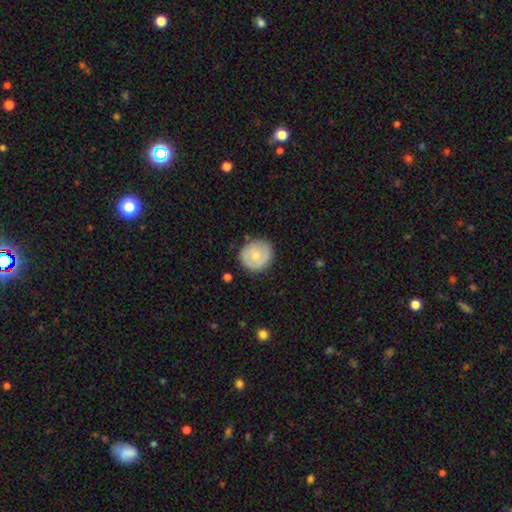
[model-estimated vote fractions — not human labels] smooth_or_featured: smooth (p=0.54) [alt: featured or disk p=0.40]
how_rounded: round (p=0.89) [alt: in between p=0.10]
merging: none (p=0.84) [alt: minor disturbance p=0.12]